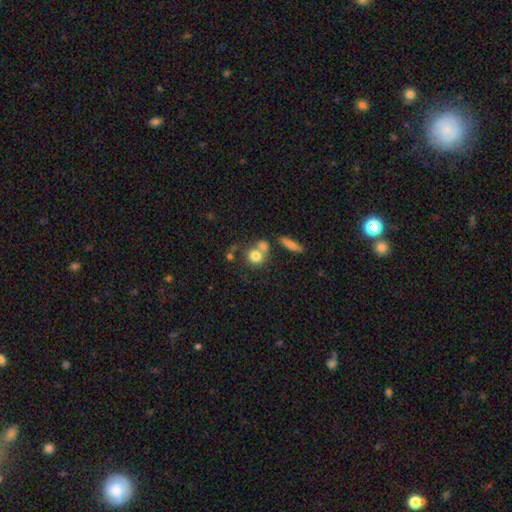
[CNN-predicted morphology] smooth_or_featured: smooth (p=0.78) [alt: featured or disk p=0.12]
how_rounded: round (p=0.75) [alt: in between p=0.22]
merging: none (p=0.47) [alt: merger p=0.39]